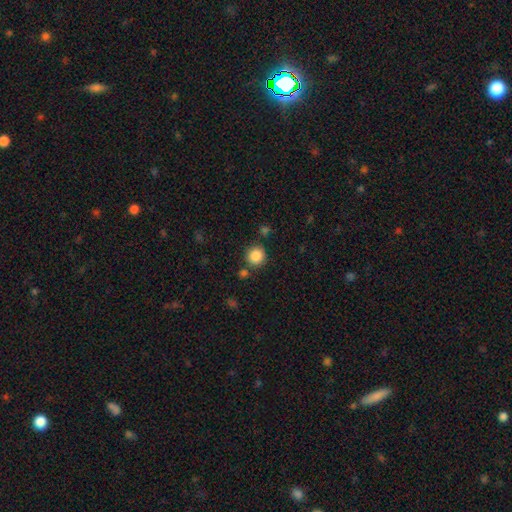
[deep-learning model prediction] Smooth or featured? Predicted: smooth (p=0.86). How rounded? Predicted: round (p=0.90). Merging? Predicted: none (p=0.80).